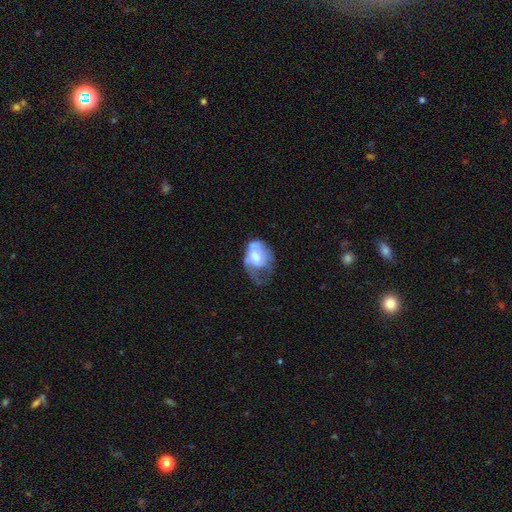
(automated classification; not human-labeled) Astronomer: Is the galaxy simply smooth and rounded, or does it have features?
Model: smooth — 48% (runner-up: featured or disk, 44%).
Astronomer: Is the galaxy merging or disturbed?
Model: major disturbance — 48% (runner-up: minor disturbance, 27%).